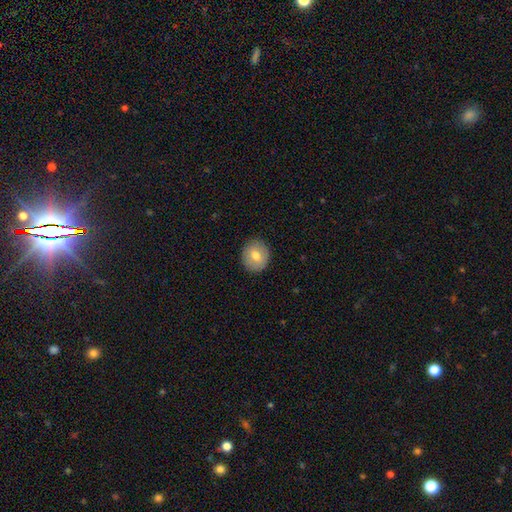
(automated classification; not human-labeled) Q: Smooth or featured?
A: smooth (72%); runner-up: featured or disk (20%)
Q: How rounded?
A: round (81%); runner-up: in between (19%)
Q: Merging?
A: none (90%); runner-up: minor disturbance (7%)